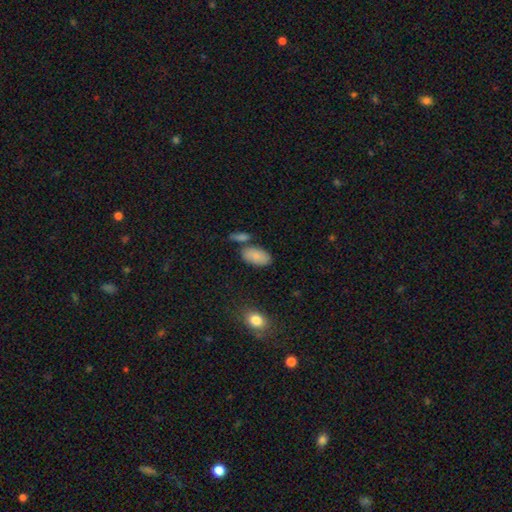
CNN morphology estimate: Smooth or featured? smooth (85%)
How rounded? in between (94%)
Merging? none (67%)